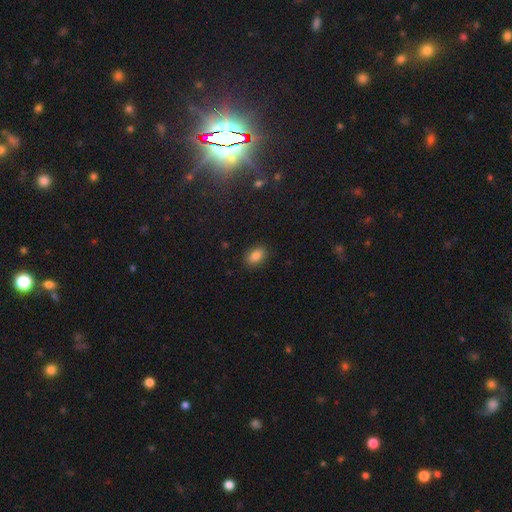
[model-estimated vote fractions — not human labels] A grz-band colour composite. It shows a smooth galaxy with no disk features (84%) that is in between round and cigar-shaped (86%). Merging: none (88%).